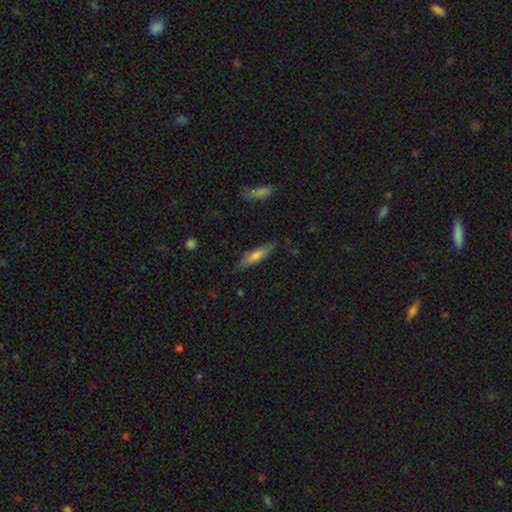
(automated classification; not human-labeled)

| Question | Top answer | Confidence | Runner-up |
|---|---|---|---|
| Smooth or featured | smooth | 61% | featured or disk (32%) |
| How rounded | cigar-shaped | 79% | in between (19%) |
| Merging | none | 83% | minor disturbance (13%) |